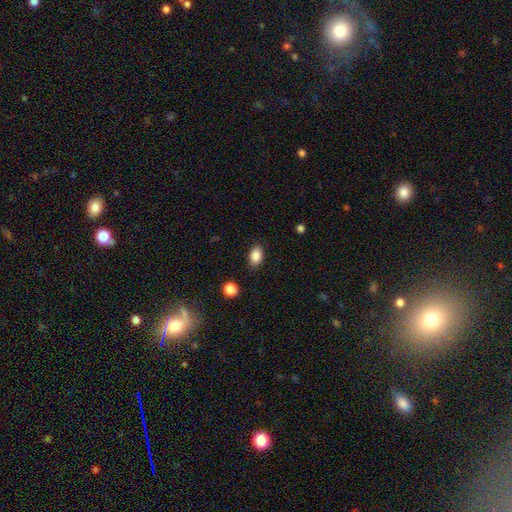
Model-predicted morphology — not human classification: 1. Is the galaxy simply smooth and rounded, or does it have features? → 87% smooth, 8% star or artifact, 4% featured or disk.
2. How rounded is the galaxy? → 85% in between, 14% round, 1% cigar-shaped.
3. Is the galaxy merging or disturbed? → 87% none, 9% minor disturbance, 3% major disturbance, 1% merger.